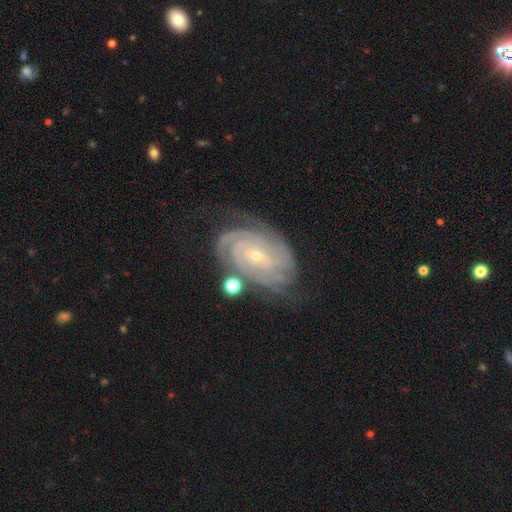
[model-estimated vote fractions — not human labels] A featured or disk galaxy (90%) with no bar (55%), 3 (24%, tied with 4) tight (81%) spiral arms (98%) and a small central bulge (77%). Merging: none (70%).